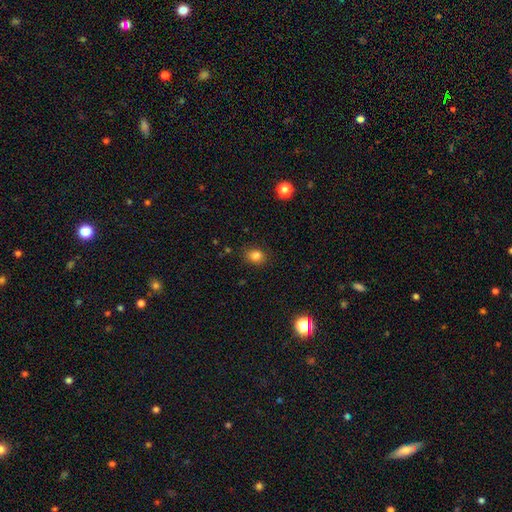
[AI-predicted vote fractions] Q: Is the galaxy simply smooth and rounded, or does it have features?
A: smooth — 82%.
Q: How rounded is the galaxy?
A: round — 58%.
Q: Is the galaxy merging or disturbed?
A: none — 80%.